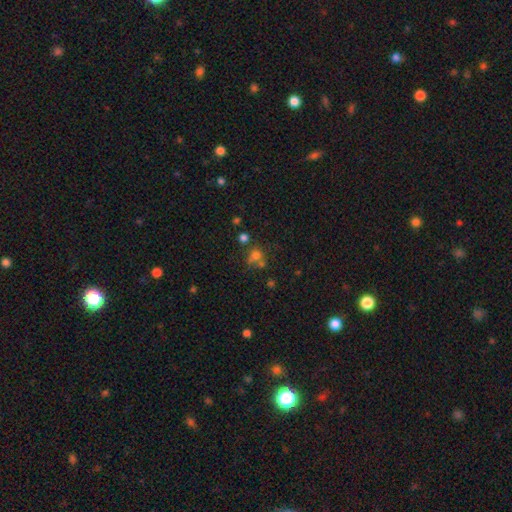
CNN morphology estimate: smooth_or_featured: smooth (p=0.67) [alt: star or artifact p=0.21]
how_rounded: round (p=0.73) [alt: in between p=0.26]
merging: none (p=0.46) [alt: merger p=0.32]